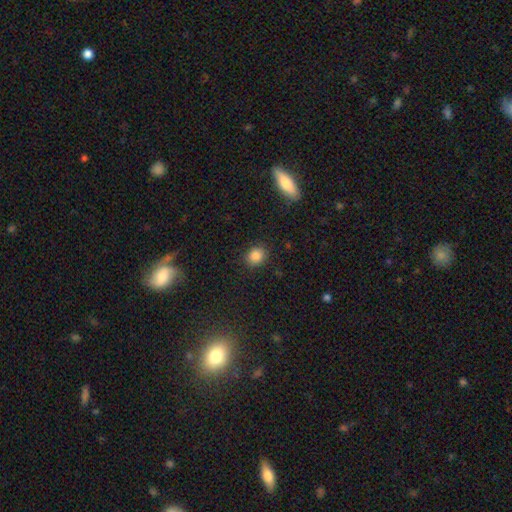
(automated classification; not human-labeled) Smooth or featured? smooth (85%)
How rounded? round (66%)
Merging? none (87%)